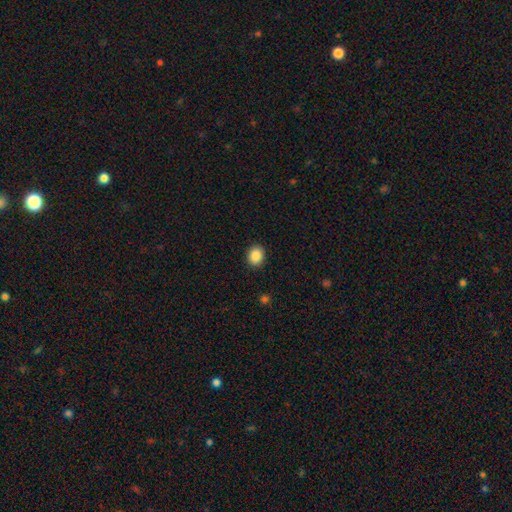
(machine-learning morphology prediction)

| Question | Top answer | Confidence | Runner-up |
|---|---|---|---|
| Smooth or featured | smooth | 88% | star or artifact (9%) |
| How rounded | round | 59% | in between (40%) |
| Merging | none | 90% | minor disturbance (7%) |